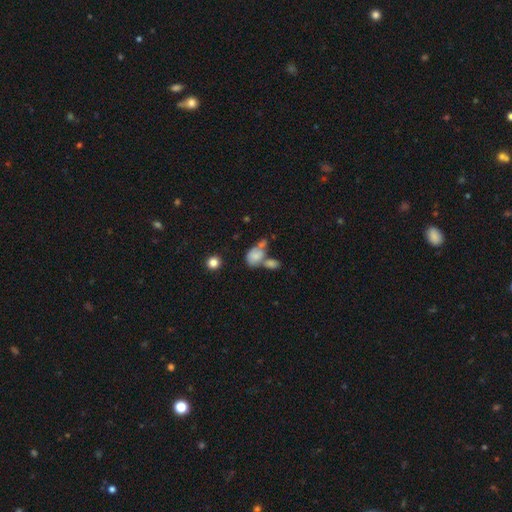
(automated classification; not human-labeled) This is likely a smooth galaxy (73%). How rounded: likely in between (76%). Merging: possibly merger (55%).